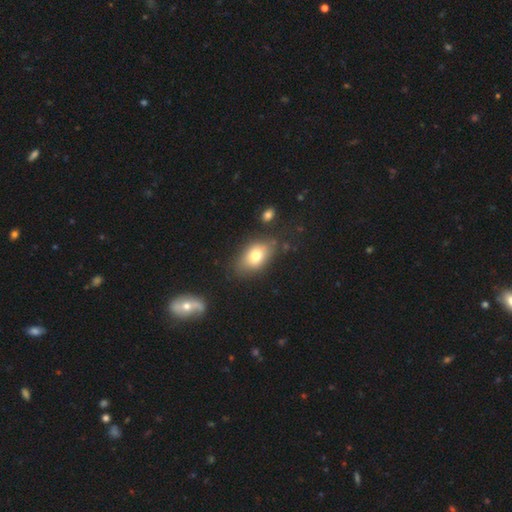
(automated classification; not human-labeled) smooth-or-featured: smooth: 74% | featured or disk: 16% | star or artifact: 9%
  how-rounded: in between: 83% | round: 15% | cigar-shaped: 2%
  merging: none: 75% | minor disturbance: 16% | major disturbance: 5% | merger: 4%